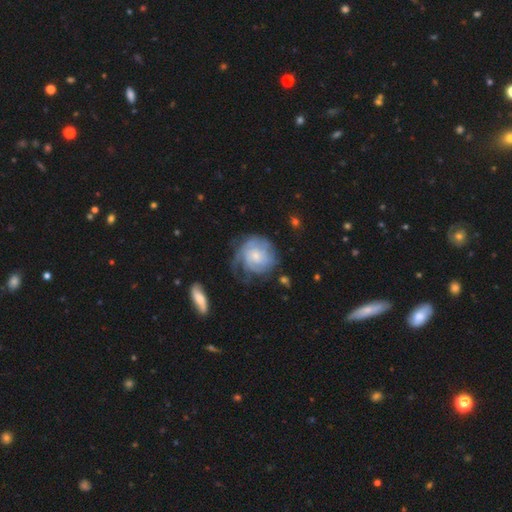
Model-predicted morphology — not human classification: type=featured or disk (67%); edge-on=no (97%); bar=no (75%); spiral arms=yes (84%); winding=tight (63%); arm count=can't tell (54%); bulge=small (59%); merging=none (52%).